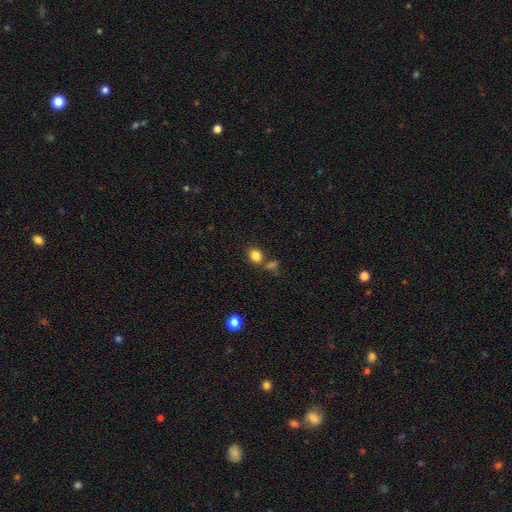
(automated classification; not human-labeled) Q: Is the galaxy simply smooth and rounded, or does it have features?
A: smooth — 83%.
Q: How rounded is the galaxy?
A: round — 72%.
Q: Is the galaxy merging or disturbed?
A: none — 67%.